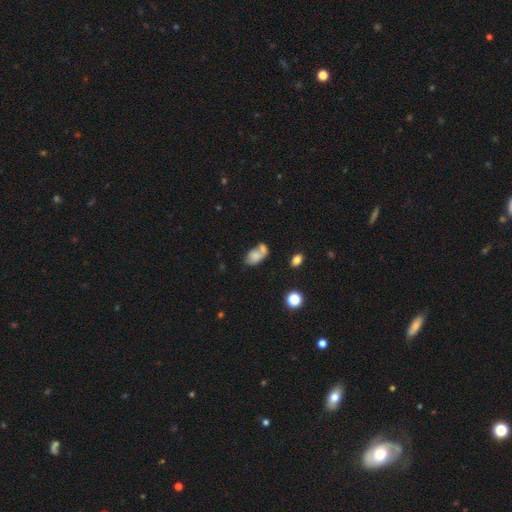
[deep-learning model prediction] smooth 68%, featured or disk 21%, star or artifact 11%. Down the decision tree: how rounded — in between (87%); merging — merger (40%).